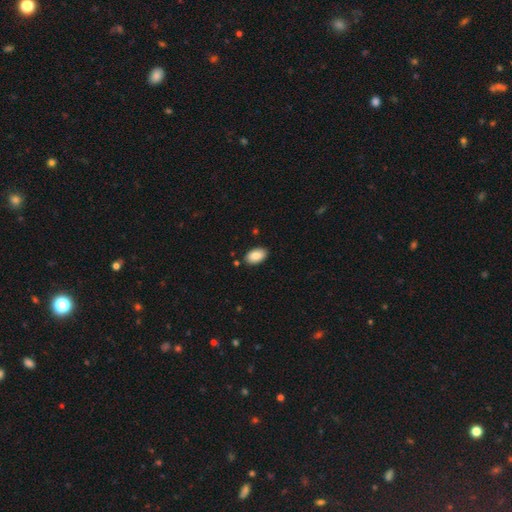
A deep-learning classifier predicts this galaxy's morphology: A smooth galaxy with no disk features (86%) that is in between round and cigar-shaped (93%).

Vote fractions:
- Smooth or featured? smooth: 86% / featured or disk: 7% / star or artifact: 7%
- How rounded? in between: 93% / round: 6% / cigar-shaped: 1%
- Merging? none: 87% / minor disturbance: 9% / merger: 2% / major disturbance: 2%